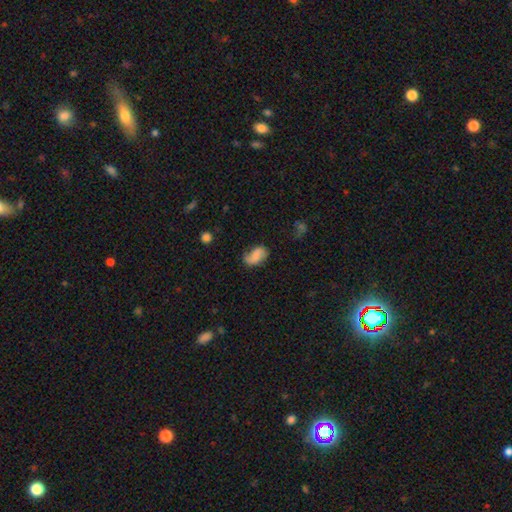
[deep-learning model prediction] Smooth or featured: smooth — 64% (featured or disk — 26%)
How rounded: in between — 89% (round — 9%)
Merging: none — 55% (minor disturbance — 30%)